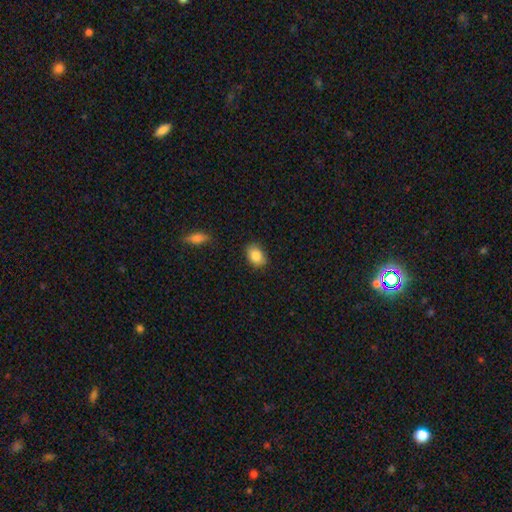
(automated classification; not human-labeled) This is clearly a smooth galaxy (86%). How rounded: likely in between (75%). Merging: clearly none (82%).